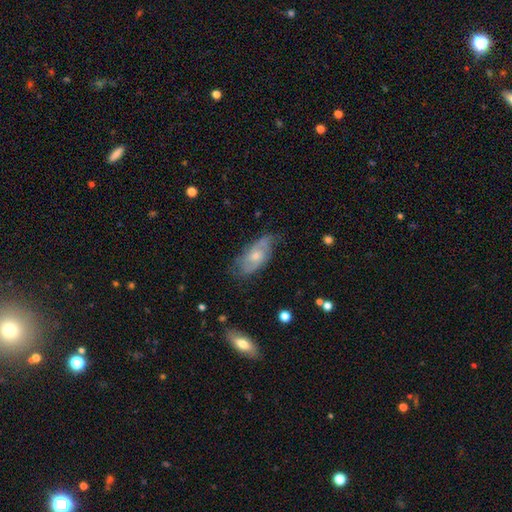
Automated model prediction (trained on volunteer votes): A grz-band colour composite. It shows a featured or disk galaxy (65%) with no bar (70%), 2 (56%) medium (43%) spiral arms (85%) and a small central bulge (51%). Merging: none (63%).